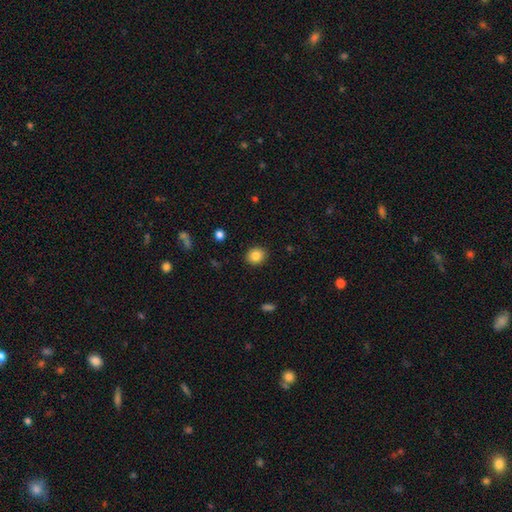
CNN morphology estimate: A smooth galaxy with no disk features (85%) that is round (74%). Merging: none (90%).